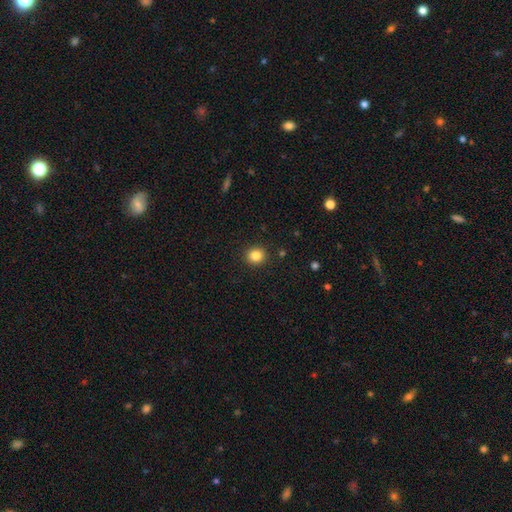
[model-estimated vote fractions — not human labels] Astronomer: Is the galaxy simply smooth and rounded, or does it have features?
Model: smooth — 84%.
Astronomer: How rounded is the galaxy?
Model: round — 89%.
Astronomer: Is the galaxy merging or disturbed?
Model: none — 92%.